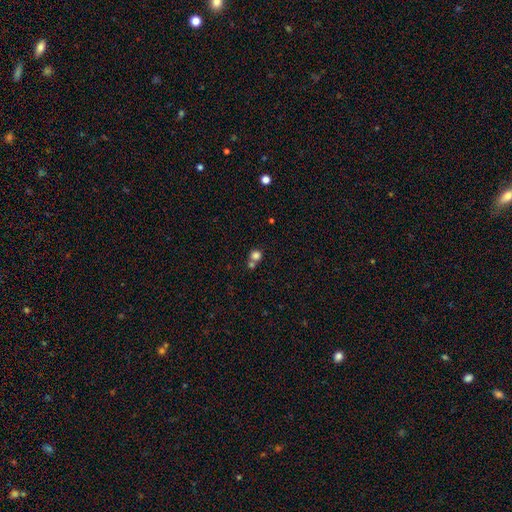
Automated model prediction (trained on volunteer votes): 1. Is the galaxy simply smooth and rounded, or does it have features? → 79% smooth, 13% star or artifact, 8% featured or disk.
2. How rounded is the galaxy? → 85% round, 14% in between, 1% cigar-shaped.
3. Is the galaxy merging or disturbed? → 52% none, 37% merger, 7% minor disturbance, 4% major disturbance.